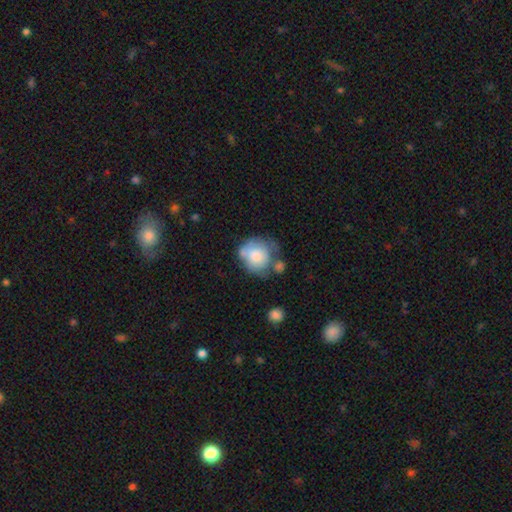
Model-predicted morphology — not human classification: Q: Smooth or featured?
A: smooth (68%); runner-up: featured or disk (25%)
Q: How rounded?
A: round (78%); runner-up: in between (21%)
Q: Merging?
A: none (38%); runner-up: minor disturbance (27%)